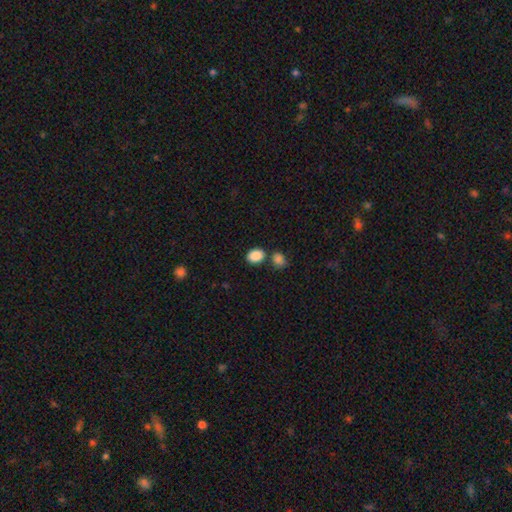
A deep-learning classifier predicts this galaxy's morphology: Q: Smooth or featured?
A: smooth (87%); runner-up: star or artifact (9%)
Q: How rounded?
A: in between (68%); runner-up: round (31%)
Q: Merging?
A: none (70%); runner-up: merger (16%)